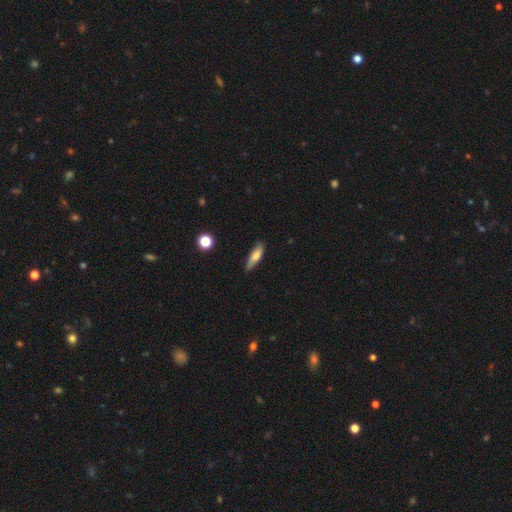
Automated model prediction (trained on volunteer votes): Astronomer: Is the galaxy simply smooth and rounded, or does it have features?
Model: smooth — 70%.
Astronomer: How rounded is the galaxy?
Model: cigar-shaped — 55% (runner-up: in between, 43%).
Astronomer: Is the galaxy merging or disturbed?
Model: none — 78%.